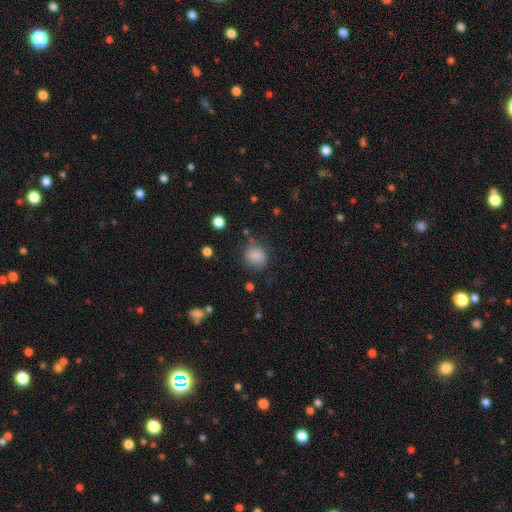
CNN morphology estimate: A smooth galaxy with no disk features (82%) that is round (71%).

Vote fractions:
- Smooth or featured? smooth: 82% / star or artifact: 11% / featured or disk: 7%
- How rounded? round: 71% / in between: 28% / cigar-shaped: 1%
- Merging? none: 68% / minor disturbance: 21% / major disturbance: 8% / merger: 3%